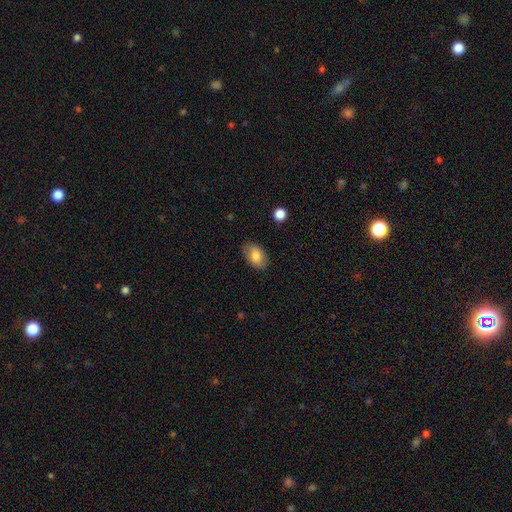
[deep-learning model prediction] A smooth galaxy with no disk features (83%) that is in between round and cigar-shaped (89%).

Vote fractions:
- Smooth or featured? smooth: 83% / featured or disk: 10% / star or artifact: 7%
- How rounded? in between: 89% / round: 10% / cigar-shaped: 1%
- Merging? none: 84% / minor disturbance: 12% / major disturbance: 3% / merger: 1%